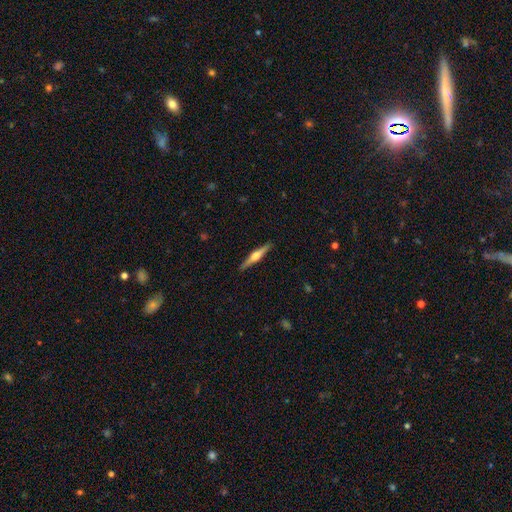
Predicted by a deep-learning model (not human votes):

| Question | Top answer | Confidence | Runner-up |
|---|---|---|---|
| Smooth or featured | featured or disk | 70% | smooth (25%) |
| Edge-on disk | yes | 98% | no (2%) |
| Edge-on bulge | rounded | 90% | boxy (6%) |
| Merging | none | 91% | minor disturbance (6%) |